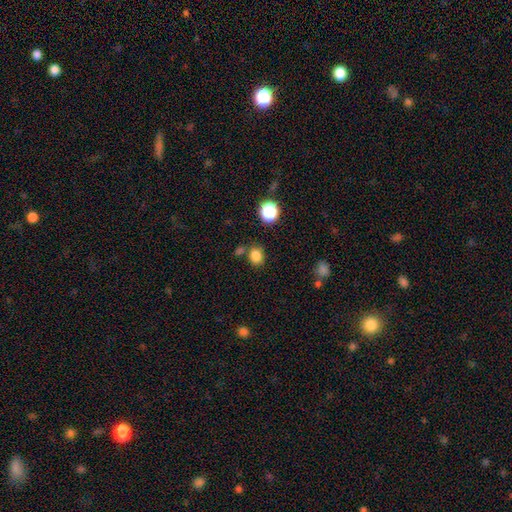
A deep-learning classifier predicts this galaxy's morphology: The model was most divided on "how rounded": round: 56%, in between: 44%, cigar-shaped: 1%. More confident: smooth or featured — smooth (82%); merging — none (72%).